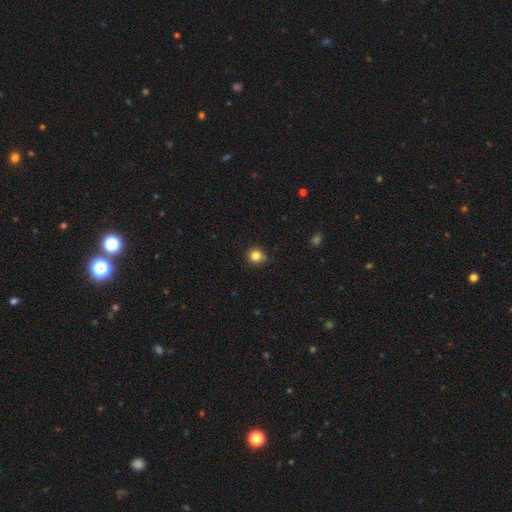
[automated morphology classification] smooth-or-featured: smooth: 83% | star or artifact: 12% | featured or disk: 5%
  how-rounded: round: 92% | in between: 7% | cigar-shaped: 1%
  merging: none: 86% | minor disturbance: 11% | major disturbance: 2% | merger: 1%